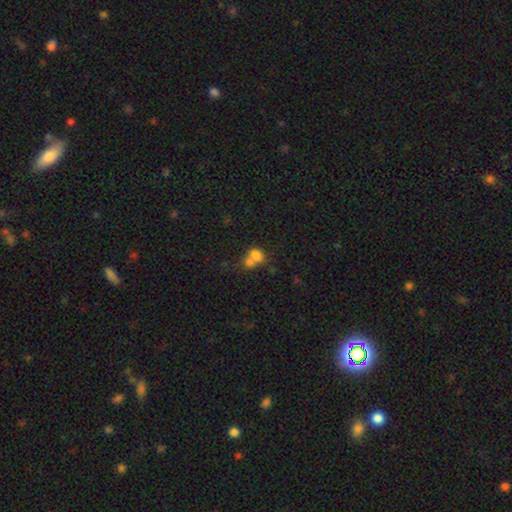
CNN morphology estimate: Q: Smooth or featured?
A: smooth (75%); runner-up: featured or disk (13%)
Q: How rounded?
A: round (63%); runner-up: in between (36%)
Q: Merging?
A: merger (64%); runner-up: none (26%)